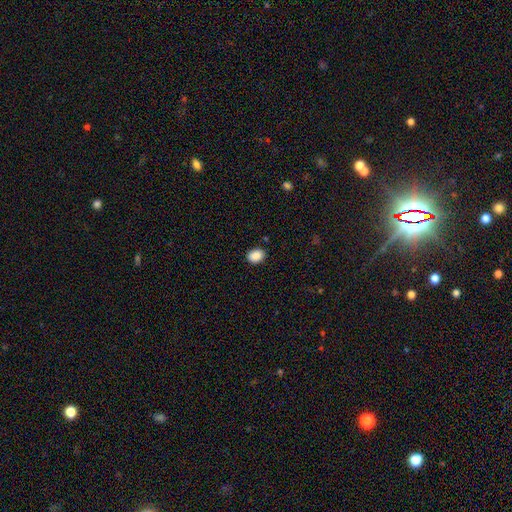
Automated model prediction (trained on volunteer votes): Overall: smooth (88%). How rounded: in between (60%; round 40%). Merging: none (88%).